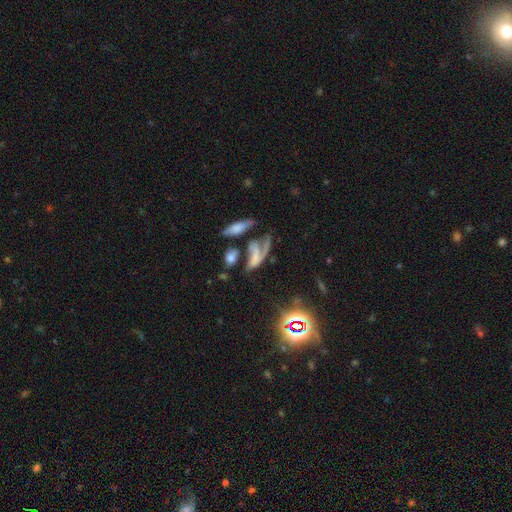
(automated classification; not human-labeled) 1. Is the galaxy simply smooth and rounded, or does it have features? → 55% featured or disk, 32% smooth, 13% star or artifact.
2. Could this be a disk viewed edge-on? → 90% no, 10% yes.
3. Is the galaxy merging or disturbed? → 30% major disturbance, 29% merger, 25% none, 15% minor disturbance.